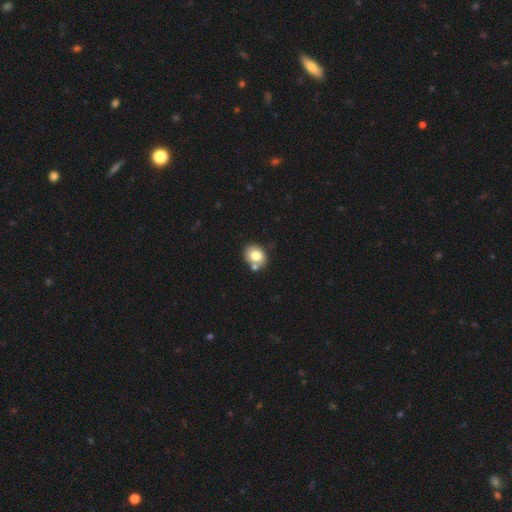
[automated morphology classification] Smooth or featured? smooth (77%)
How rounded? round (58%)
Merging? none (62%)